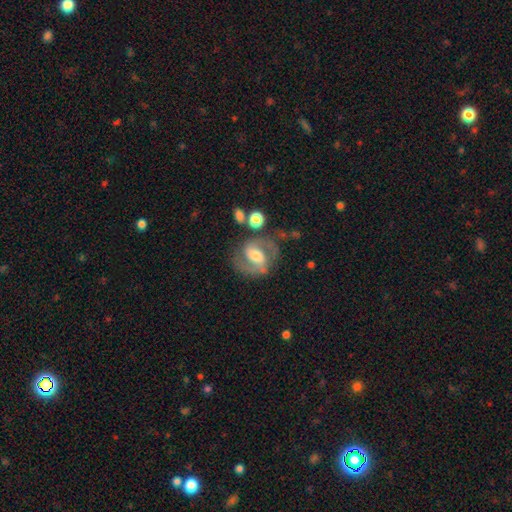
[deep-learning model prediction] Smooth or featured: featured or disk — 81% (smooth — 12%)
Edge-on disk: no — 97% (yes — 3%)
Bar: weak — 43% (strong — 36%)
Spiral arms: yes — 94% (no — 6%)
Spiral winding: medium — 59% (tight — 23%)
Spiral arm count: 2 — 91% (can't tell — 4%)
Bulge size: moderate — 54% (small — 23%)
Merging: none — 70% (minor disturbance — 16%)